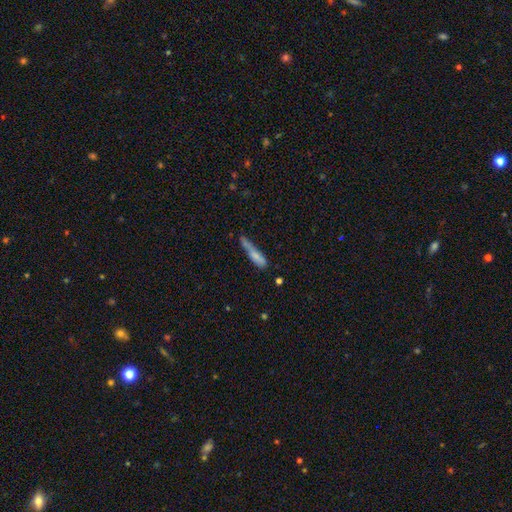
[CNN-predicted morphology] type=smooth (71%); roundness=cigar-shaped (82%); merging=none (38%).